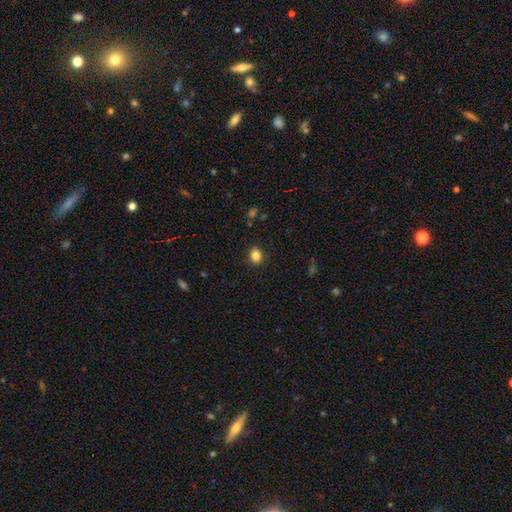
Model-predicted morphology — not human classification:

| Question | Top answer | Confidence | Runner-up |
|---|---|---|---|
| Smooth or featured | smooth | 84% | star or artifact (11%) |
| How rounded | round | 66% | in between (33%) |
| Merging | none | 89% | minor disturbance (8%) |